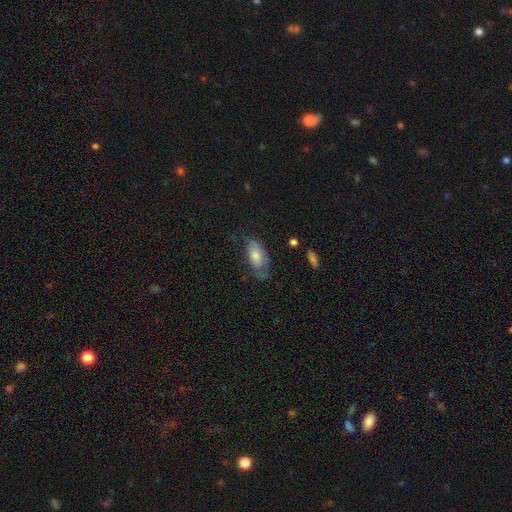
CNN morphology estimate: A smooth galaxy with no disk features (68%) that is in between round and cigar-shaped (90%). Merging: none (46%).